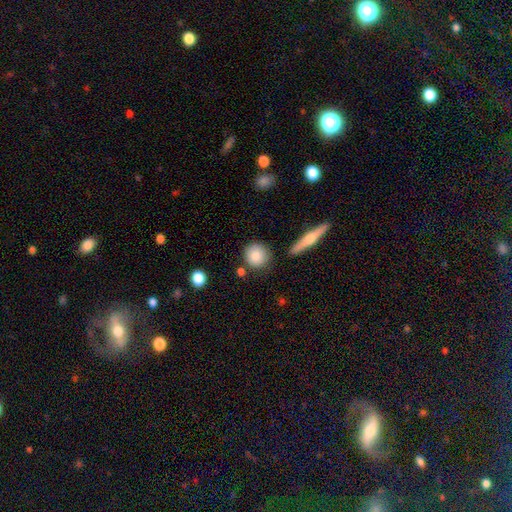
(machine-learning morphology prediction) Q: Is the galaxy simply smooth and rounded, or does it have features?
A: smooth — 85%.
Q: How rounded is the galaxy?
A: round — 87%.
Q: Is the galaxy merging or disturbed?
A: none — 82%.